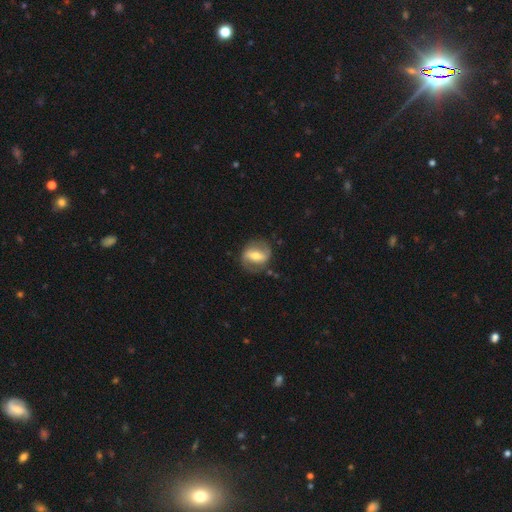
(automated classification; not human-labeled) A featured or disk galaxy (63%) with a strong bar (59%), spiral arms (58%) and a moderate central bulge (63%).

Vote fractions:
- Smooth or featured? featured or disk: 63% / smooth: 30% / star or artifact: 6%
- Edge-on disk? no: 89% / yes: 11%
- Bar? strong: 59% / weak: 28% / no: 13%
- Spiral arms? yes: 58% / no: 42%
- Bulge size? moderate: 63% / small: 25% / large: 9% / none: 2% / dominant: 1%
- Merging? none: 77% / minor disturbance: 15% / major disturbance: 7% / merger: 2%